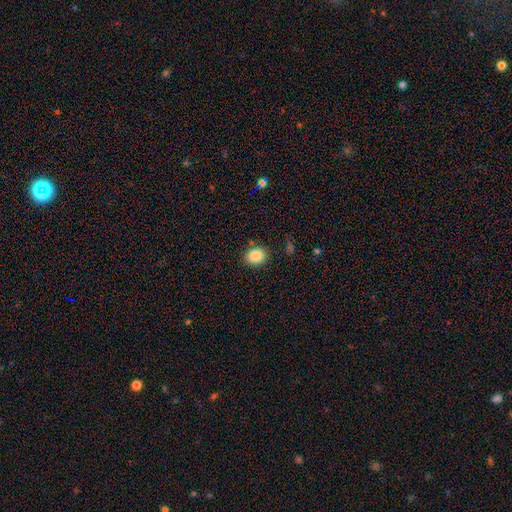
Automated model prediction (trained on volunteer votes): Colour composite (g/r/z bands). It shows a smooth galaxy with no disk features (87%) that is round (53%). Merging: none (85%).